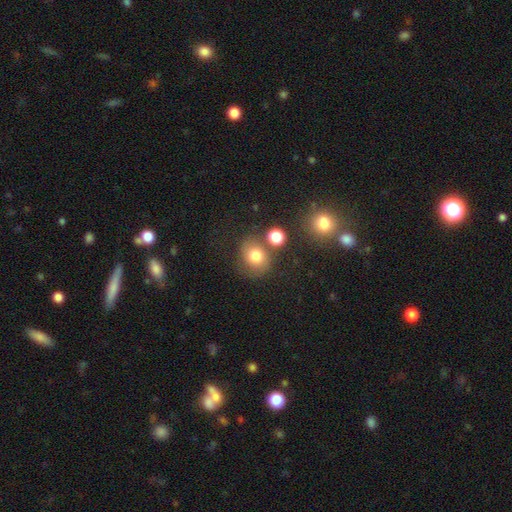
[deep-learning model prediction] This appears to be a smooth galaxy with no disk features (72%) that is round (68%). Merging: none (61%).